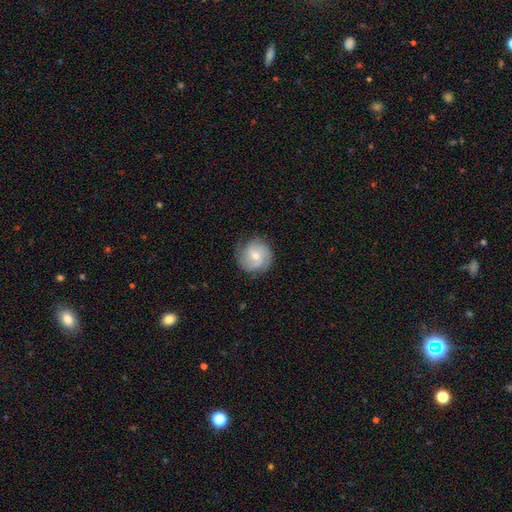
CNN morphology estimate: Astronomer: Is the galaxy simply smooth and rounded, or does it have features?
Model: featured or disk — 57% (runner-up: smooth, 36%).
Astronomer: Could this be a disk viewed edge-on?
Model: no — 97%.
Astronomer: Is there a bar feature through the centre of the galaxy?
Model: no — 51% (runner-up: weak, 42%).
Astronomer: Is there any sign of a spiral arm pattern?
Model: yes — 88%.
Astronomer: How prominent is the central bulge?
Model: moderate — 51% (runner-up: small, 45%).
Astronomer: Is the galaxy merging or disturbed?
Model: none — 78%.